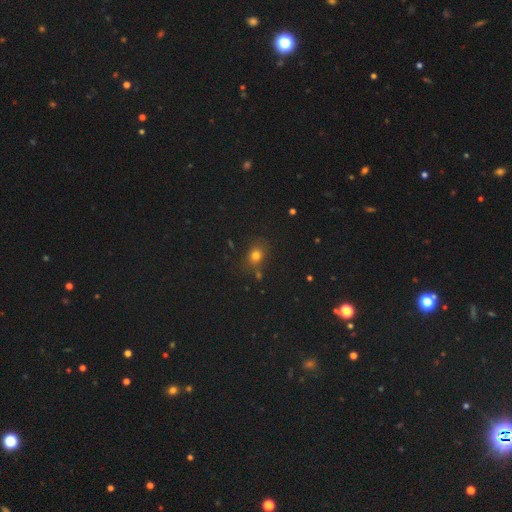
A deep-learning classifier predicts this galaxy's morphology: The model was most divided on "how rounded": round: 56%, in between: 43%, cigar-shaped: 2%. More confident: merging — none (75%); smooth or featured — smooth (72%).